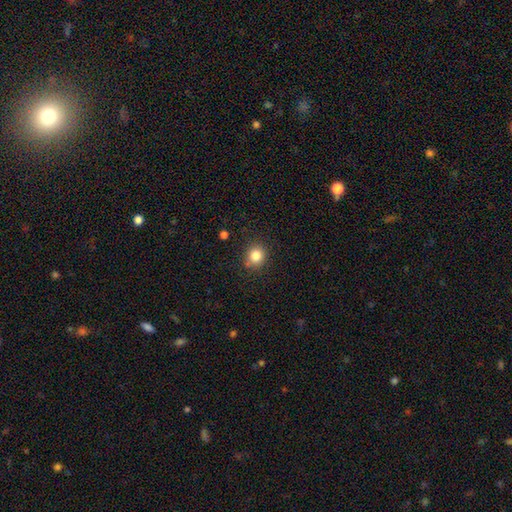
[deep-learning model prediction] Smooth or featured?
  - smooth: 83% *
  - star or artifact: 11%
  - featured or disk: 6%
How rounded?
  - round: 81% *
  - in between: 18%
  - cigar-shaped: 1%
Merging?
  - none: 85% *
  - minor disturbance: 10%
  - major disturbance: 3%
  - merger: 2%